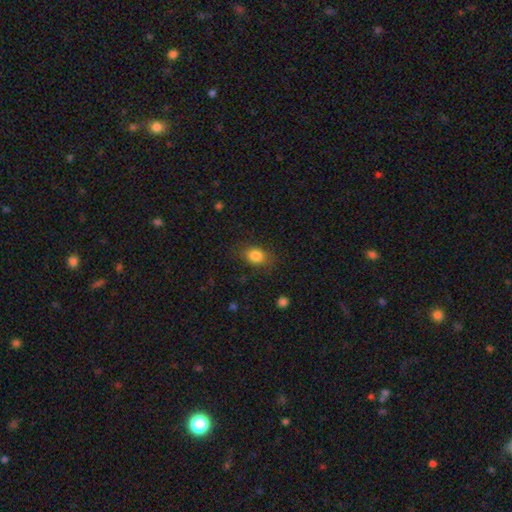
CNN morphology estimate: Smooth or featured: smooth — 84% (star or artifact — 9%)
How rounded: in between — 72% (round — 27%)
Merging: none — 80% (minor disturbance — 14%)